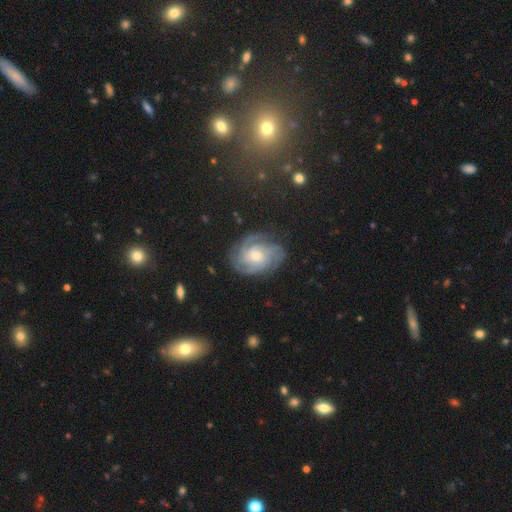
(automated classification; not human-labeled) Q: Smooth or featured?
A: featured or disk (83%); runner-up: smooth (10%)
Q: Edge-on disk?
A: no (97%); runner-up: yes (3%)
Q: Bar?
A: no (75%); runner-up: weak (21%)
Q: Spiral arms?
A: yes (97%); runner-up: no (3%)
Q: Spiral winding?
A: tight (66%); runner-up: medium (28%)
Q: Spiral arm count?
A: can't tell (27%); runner-up: 3 (23%)
Q: Bulge size?
A: moderate (50%); runner-up: small (43%)
Q: Merging?
A: none (77%); runner-up: minor disturbance (16%)